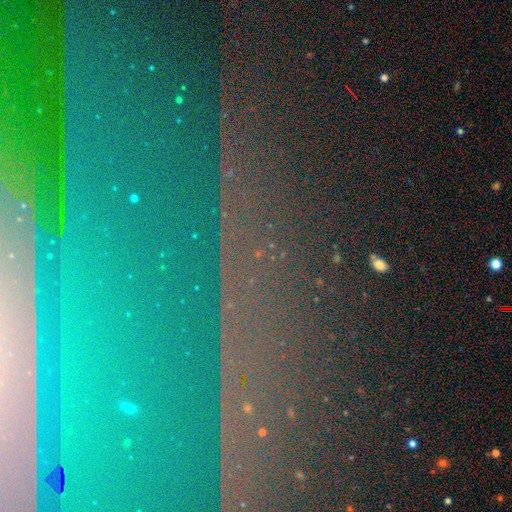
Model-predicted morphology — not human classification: This appears to be a star or artifact, not a galaxy (86%).